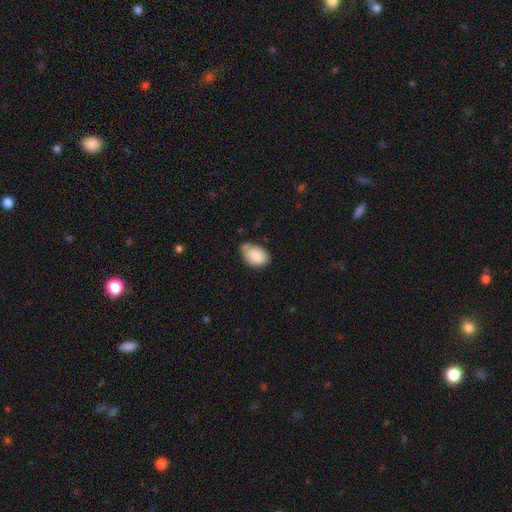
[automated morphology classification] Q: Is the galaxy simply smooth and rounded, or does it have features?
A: smooth — 84%.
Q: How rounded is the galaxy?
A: in between — 88%.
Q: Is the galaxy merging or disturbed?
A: none — 51%.